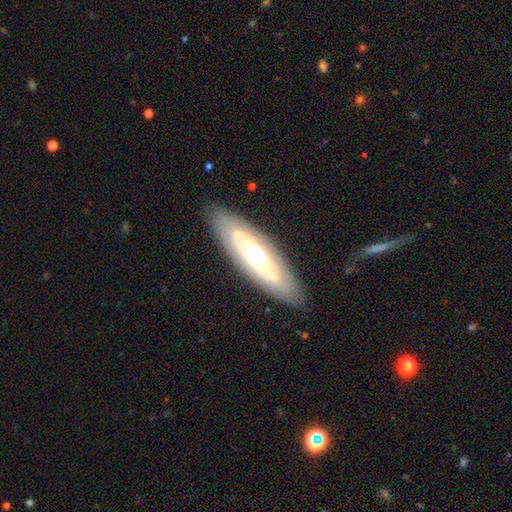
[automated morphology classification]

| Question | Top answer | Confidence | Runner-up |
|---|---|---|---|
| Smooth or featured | featured or disk | 55% | smooth (38%) |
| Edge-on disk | no | 65% | yes (35%) |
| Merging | none | 82% | minor disturbance (12%) |